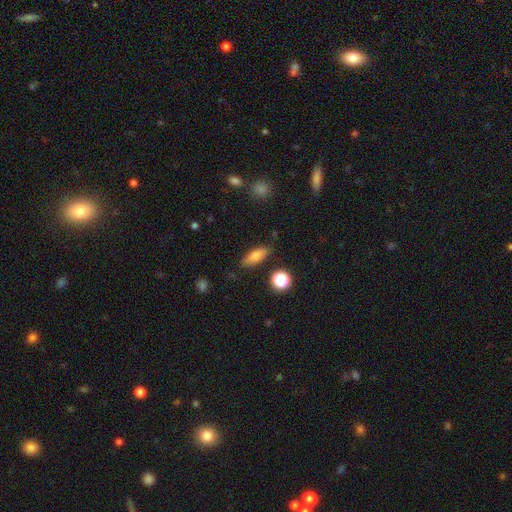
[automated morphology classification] This appears to be a smooth galaxy with no disk features (77%) that is in between round and cigar-shaped (69%). Merging: none (81%).